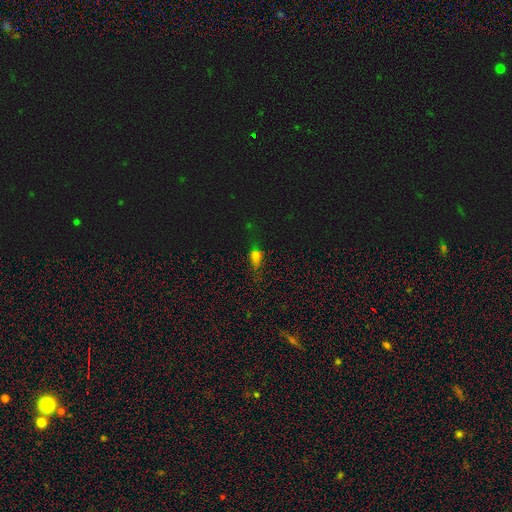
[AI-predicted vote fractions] smooth_or_featured: smooth (p=0.57) [alt: star or artifact p=0.29]
how_rounded: in between (p=0.64) [alt: round p=0.25]
merging: none (p=0.54) [alt: minor disturbance p=0.26]